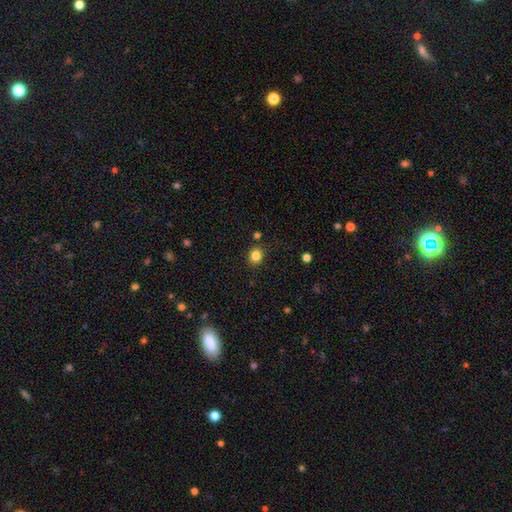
smooth_or_featured: smooth (p=0.82) [alt: featured or disk p=0.16]
how_rounded: round (p=0.71) [alt: in between p=0.29]
merging: none (p=0.86) [alt: minor disturbance p=0.08]